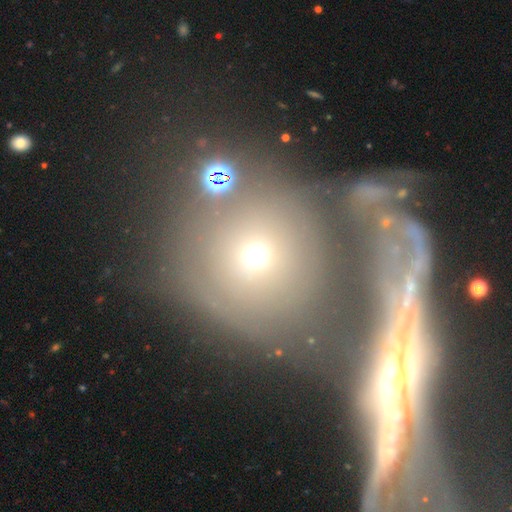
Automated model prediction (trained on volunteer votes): smooth 48%, featured or disk 32%, star or artifact 20%. Down the decision tree: merging — none (48%).